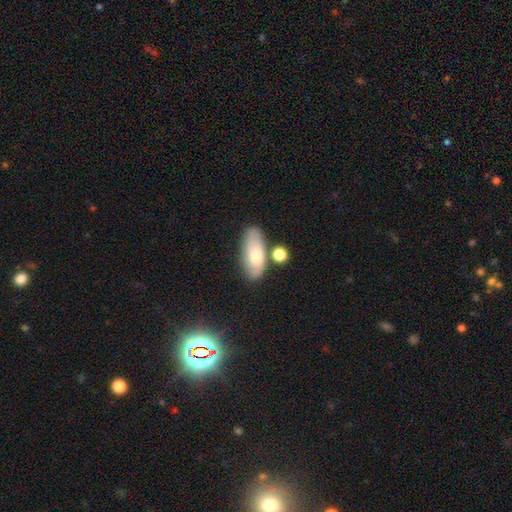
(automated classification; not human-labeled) Overall: smooth (71%). How rounded: in between (84%). Merging: none (61%).